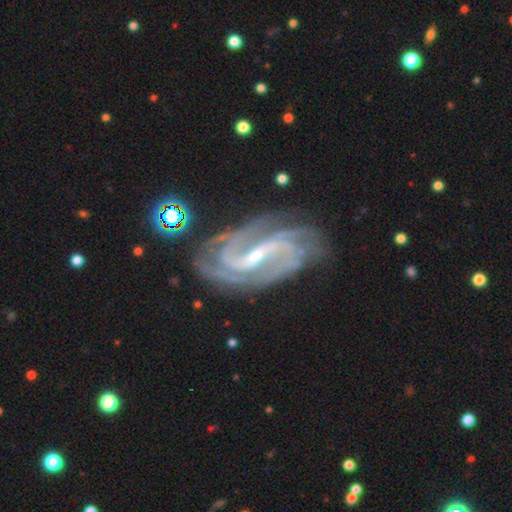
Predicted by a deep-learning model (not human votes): A featured or disk galaxy (91%) with a strong bar (55%), 2 (30%) tight (46%) spiral arms (98%) and a small central bulge (72%).

Vote fractions:
- Smooth or featured? featured or disk: 91% / star or artifact: 6% / smooth: 4%
- Edge-on disk? no: 95% / yes: 5%
- Bar? strong: 55% / weak: 33% / no: 12%
- Spiral arms? yes: 98% / no: 2%
- Spiral winding? tight: 46% / medium: 41% / loose: 13%
- Spiral arm count? 2: 30% / 3: 21% / 4: 17% / can't tell: 17% / more than 4: 8% / 1: 7%
- Bulge size? small: 72% / moderate: 23% / none: 3% / large: 1% / dominant: 1%
- Merging? none: 74% / minor disturbance: 17% / major disturbance: 7% / merger: 2%